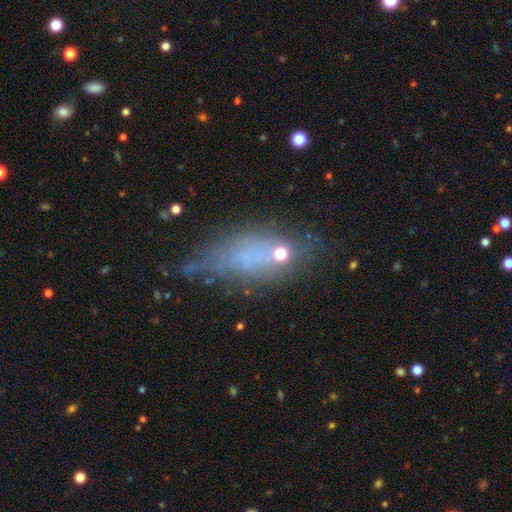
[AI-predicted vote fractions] Smooth or featured? Predicted: smooth (p=0.51). How rounded? Predicted: in between (p=0.68). Merging? Predicted: none (p=0.49).